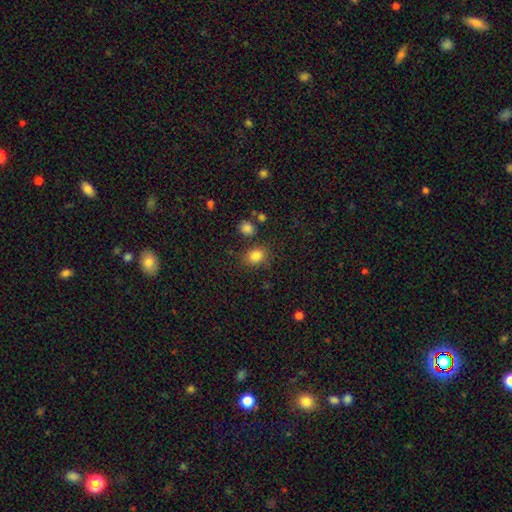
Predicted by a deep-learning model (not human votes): Smooth or featured: smooth — 83% (star or artifact — 11%)
How rounded: in between — 50% (round — 49%)
Merging: none — 76% (minor disturbance — 13%)